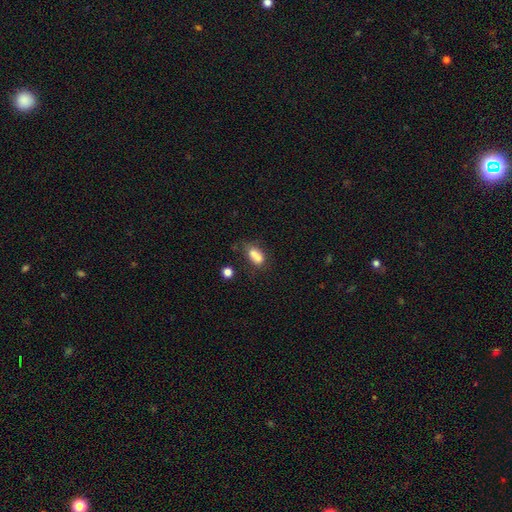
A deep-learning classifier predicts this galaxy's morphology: Smooth or featured? Predicted: smooth (p=0.76). How rounded? Predicted: in between (p=0.79). Merging? Predicted: none (p=0.43).